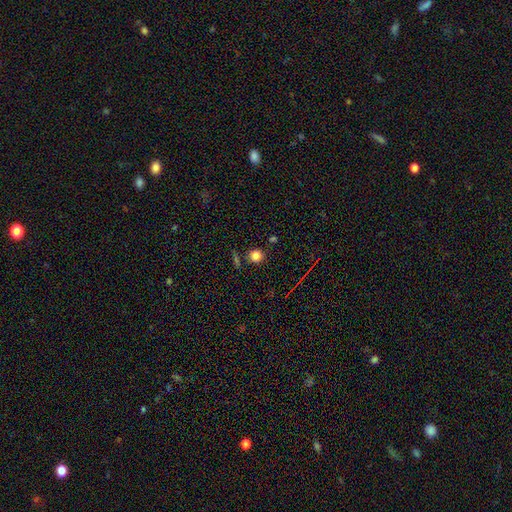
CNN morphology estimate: smooth_or_featured: smooth (p=0.78) [alt: star or artifact p=0.15]
how_rounded: round (p=0.89) [alt: in between p=0.10]
merging: none (p=0.79) [alt: minor disturbance p=0.10]